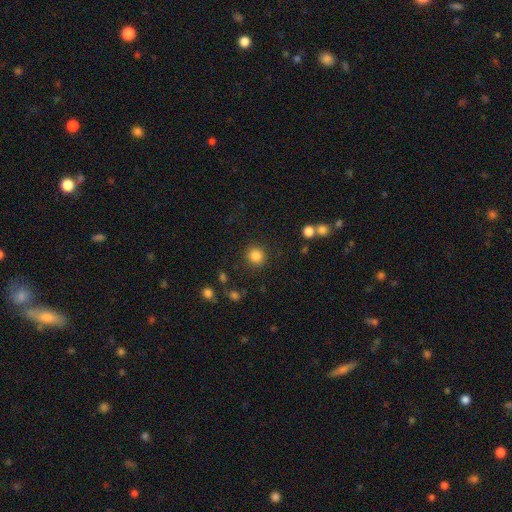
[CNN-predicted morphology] type=smooth (85%); roundness=round (91%); merging=none (88%).